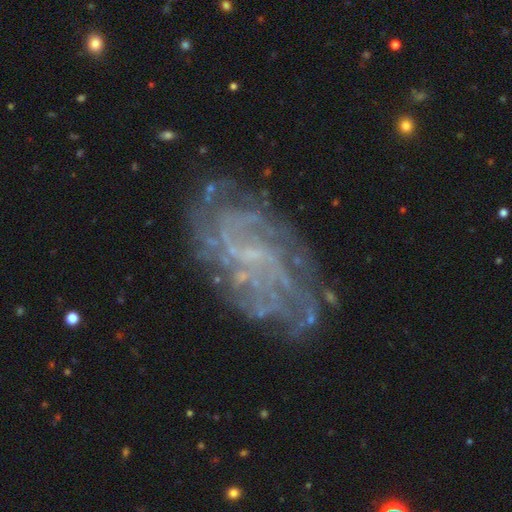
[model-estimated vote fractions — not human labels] Overall: featured or disk (82%). Edge-on disk: no (96%). Bar: weak (44%; no 43%). Spiral arms: yes (91%). Spiral arm count: can't tell (44%; 4 14%). Spiral winding: tight (54%; medium 32%). Bulge size: small (55%; none 36%). Merging: none (75%).